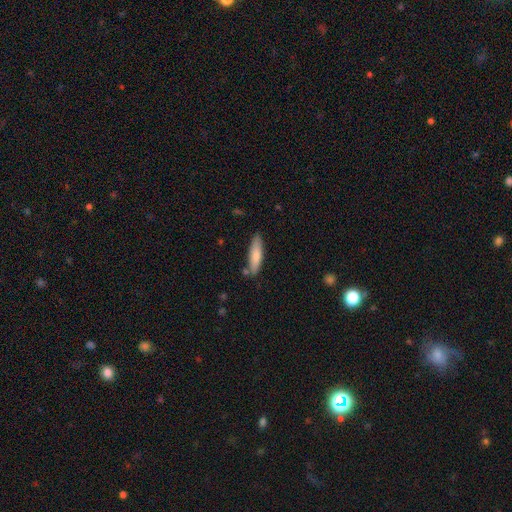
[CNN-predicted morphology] This is likely a smooth galaxy (79%). How rounded: likely cigar-shaped (71%). Merging: likely none (78%).